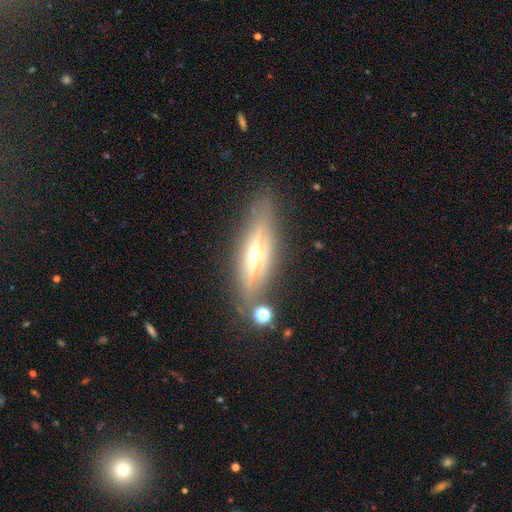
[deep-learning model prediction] Smooth or featured?
  - featured or disk: 72% *
  - smooth: 19%
  - star or artifact: 9%
Edge-on disk?
  - yes: 90% *
  - no: 10%
Edge-on bulge?
  - rounded: 91% *
  - boxy: 5%
  - none: 5%
Merging?
  - none: 80% *
  - minor disturbance: 12%
  - major disturbance: 5%
  - merger: 3%